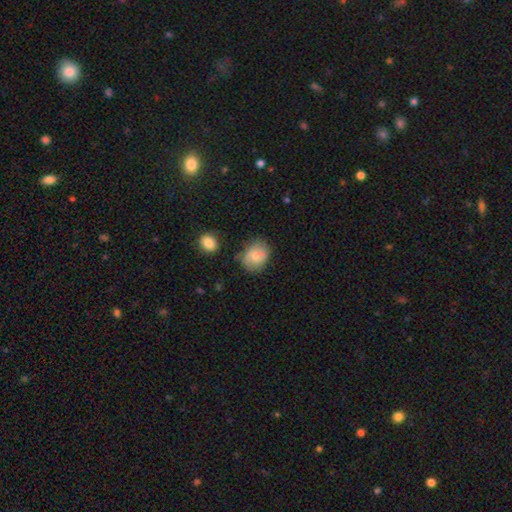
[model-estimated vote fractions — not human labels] A smooth galaxy with no disk features (64%) that is round (53%). Merging: none (59%).